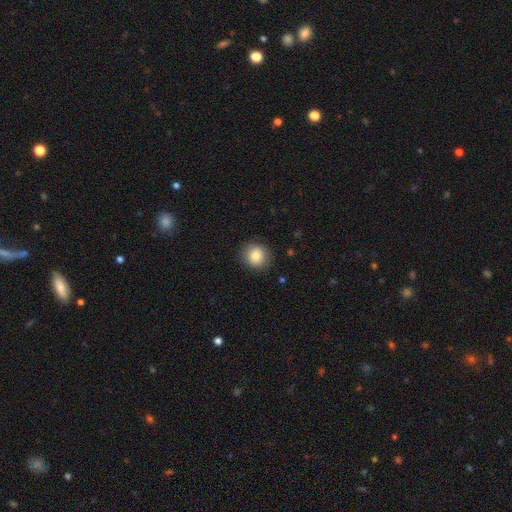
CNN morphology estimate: A smooth galaxy with no disk features (82%) that is round (87%).

Vote fractions:
- Smooth or featured? smooth: 82% / star or artifact: 9% / featured or disk: 9%
- How rounded? round: 87% / in between: 12% / cigar-shaped: 1%
- Merging? none: 86% / minor disturbance: 10% / major disturbance: 3% / merger: 1%